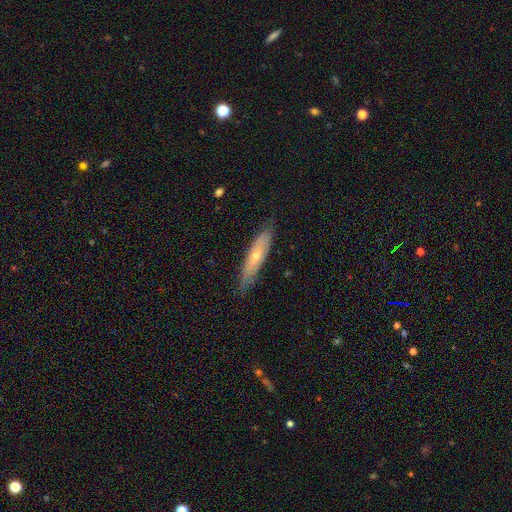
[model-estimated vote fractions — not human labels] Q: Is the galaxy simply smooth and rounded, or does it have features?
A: featured or disk — 51%.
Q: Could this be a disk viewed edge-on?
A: yes — 56%.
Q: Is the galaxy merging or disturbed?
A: none — 76%.